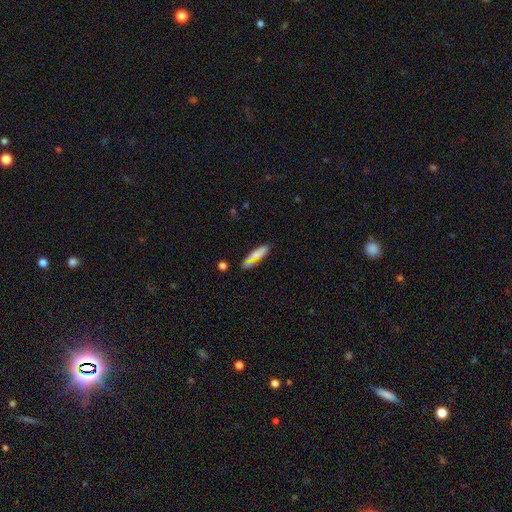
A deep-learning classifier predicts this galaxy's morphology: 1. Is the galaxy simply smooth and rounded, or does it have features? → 77% smooth, 14% featured or disk, 9% star or artifact.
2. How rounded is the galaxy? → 63% cigar-shaped, 35% in between, 3% round.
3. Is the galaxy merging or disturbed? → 70% none, 15% minor disturbance, 12% merger, 4% major disturbance.